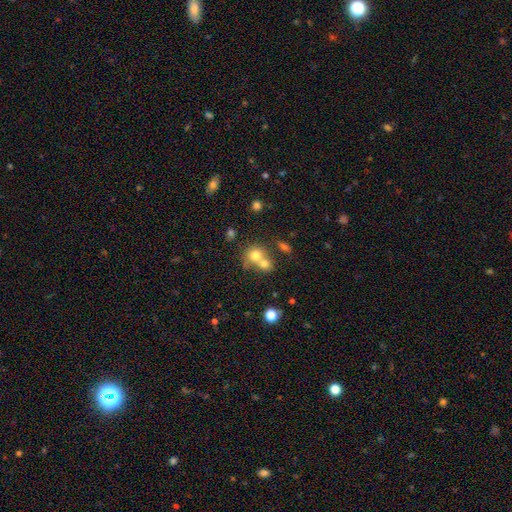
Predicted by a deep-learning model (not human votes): Overall: smooth (73%). How rounded: round (74%). Merging: merger (59%; none 31%).